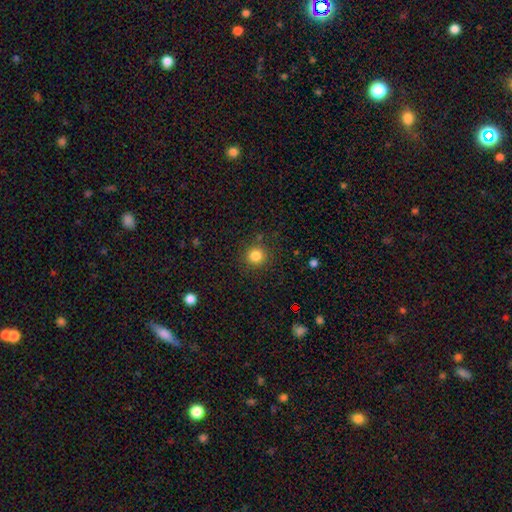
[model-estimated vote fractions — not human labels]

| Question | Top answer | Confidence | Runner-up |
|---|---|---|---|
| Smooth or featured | smooth | 83% | star or artifact (12%) |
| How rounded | round | 93% | in between (6%) |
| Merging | none | 87% | minor disturbance (7%) |